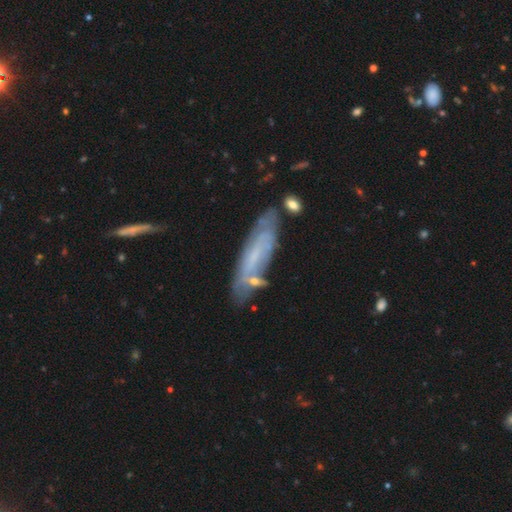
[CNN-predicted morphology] This is possibly a featured or disk galaxy (57%). It is likely not viewed edge-on (63%). Merging: likely none (70%).